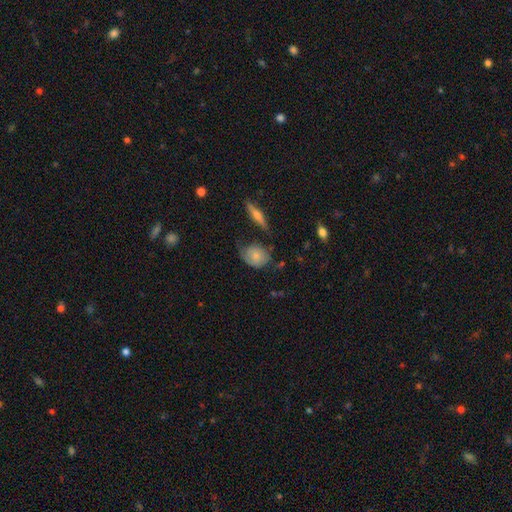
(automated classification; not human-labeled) smooth_or_featured: smooth (p=0.64) [alt: featured or disk p=0.28]
how_rounded: round (p=0.49) [alt: in between p=0.48]
merging: none (p=0.47) [alt: minor disturbance p=0.35]